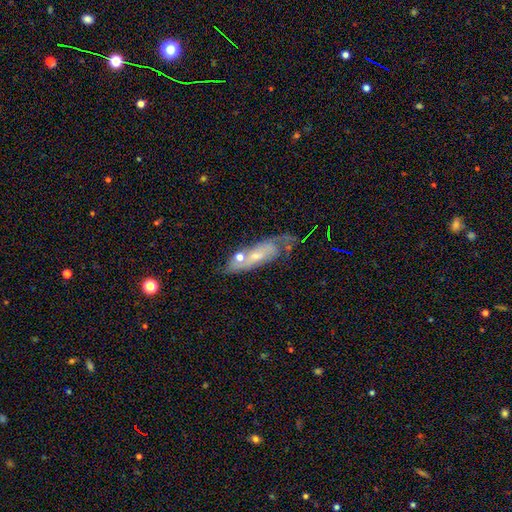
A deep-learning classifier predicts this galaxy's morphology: type=featured or disk (64%); edge-on=no (77%); merging=none (40%).